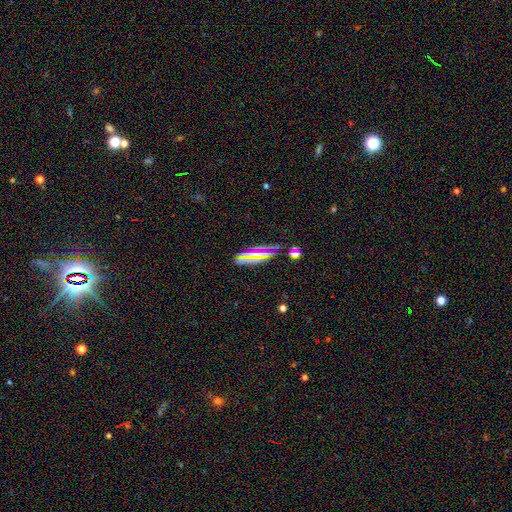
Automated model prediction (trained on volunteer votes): smooth-or-featured: smooth: 59% | star or artifact: 23% | featured or disk: 18%
  how-rounded: in between: 46% | cigar-shaped: 45% | round: 8%
  merging: none: 78% | minor disturbance: 14% | major disturbance: 5% | merger: 3%